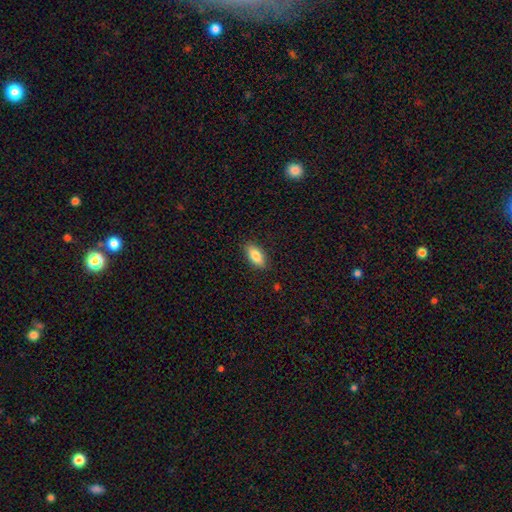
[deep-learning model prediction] smooth-or-featured: smooth: 84% | featured or disk: 9% | star or artifact: 7%
  how-rounded: in between: 88% | cigar-shaped: 9% | round: 3%
  merging: none: 86% | minor disturbance: 11% | major disturbance: 2% | merger: 1%